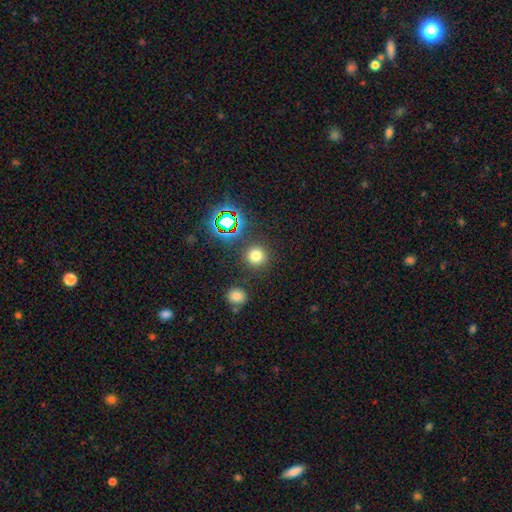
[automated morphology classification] Smooth or featured? smooth (71%)
How rounded? round (93%)
Merging? none (88%)